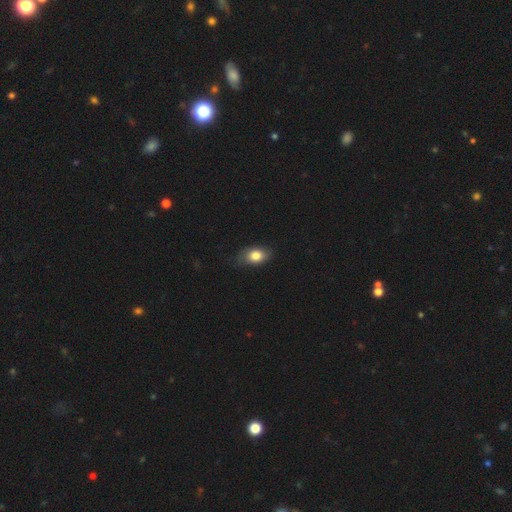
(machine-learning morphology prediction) A smooth galaxy with no disk features (80%) that is in between round and cigar-shaped (85%). Merging: none (70%).